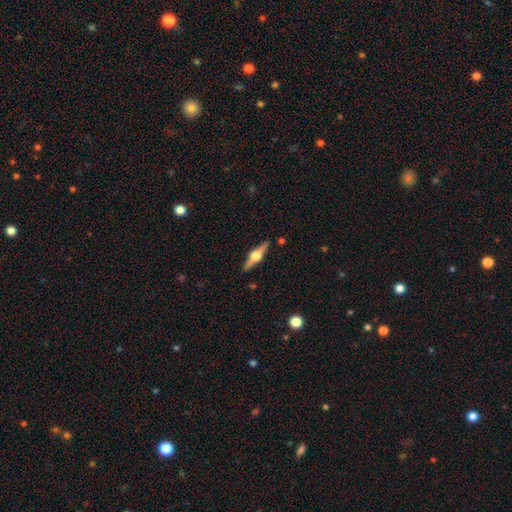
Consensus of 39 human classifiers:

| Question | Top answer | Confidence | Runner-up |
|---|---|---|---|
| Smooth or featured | featured or disk | 79% | smooth (10%) |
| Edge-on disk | yes | 100% | — |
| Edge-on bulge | rounded | 94% | boxy (6%) |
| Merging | none | 91% | minor disturbance (3%) |